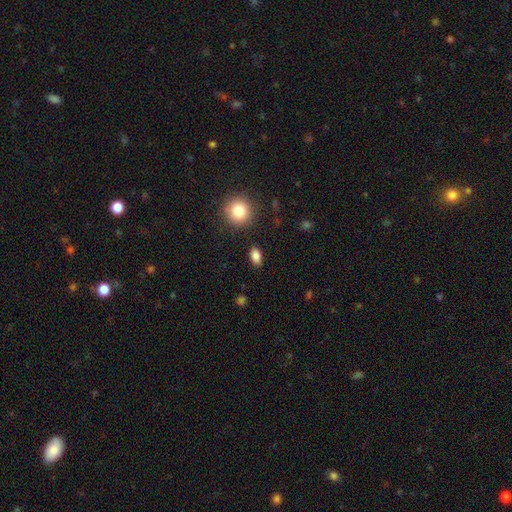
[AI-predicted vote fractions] Smooth or featured?
  - smooth: 85% *
  - star or artifact: 10%
  - featured or disk: 5%
How rounded?
  - in between: 84% *
  - round: 14%
  - cigar-shaped: 3%
Merging?
  - none: 87% *
  - minor disturbance: 9%
  - major disturbance: 3%
  - merger: 2%